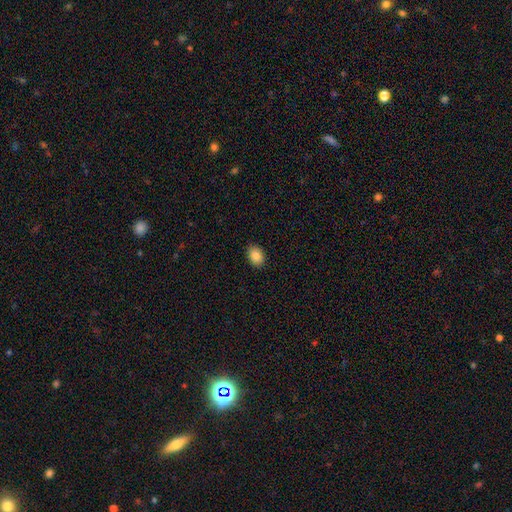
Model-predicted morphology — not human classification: Overall: smooth (85%). How rounded: in between (74%). Merging: none (90%).